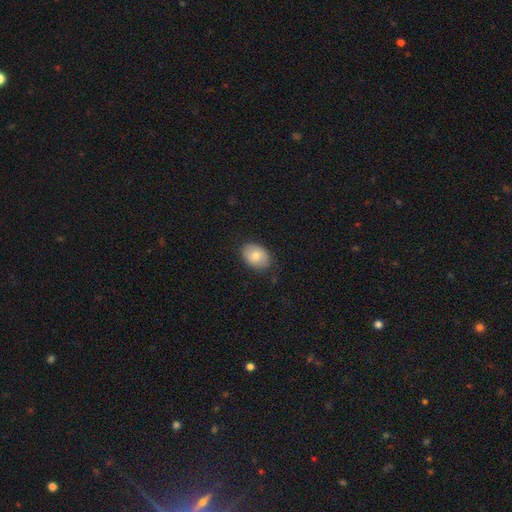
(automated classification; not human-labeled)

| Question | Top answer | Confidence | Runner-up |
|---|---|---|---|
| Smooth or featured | smooth | 77% | featured or disk (15%) |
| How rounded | in between | 75% | round (24%) |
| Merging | none | 84% | minor disturbance (12%) |